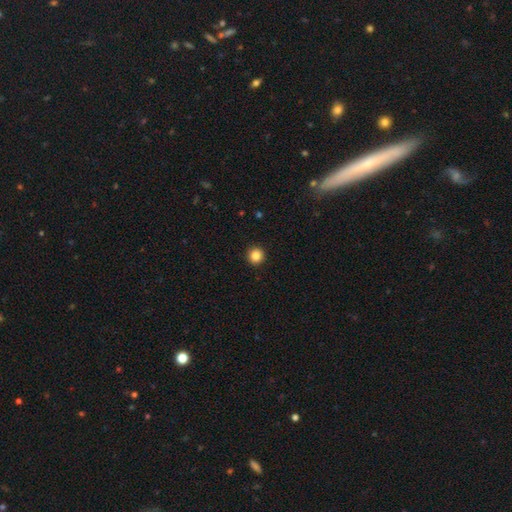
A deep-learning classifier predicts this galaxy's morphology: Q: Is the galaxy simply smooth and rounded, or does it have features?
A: smooth — 85%.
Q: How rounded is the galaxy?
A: round — 96%.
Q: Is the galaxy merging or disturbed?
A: none — 93%.